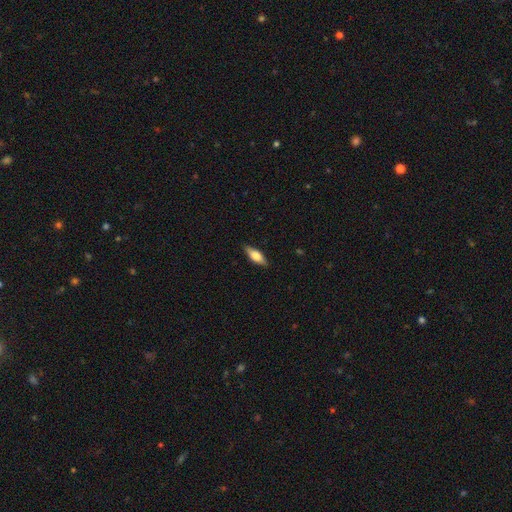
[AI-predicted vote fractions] Overall: smooth (61%; featured or disk 32%). How rounded: in between (65%; cigar-shaped 32%). Merging: none (87%).